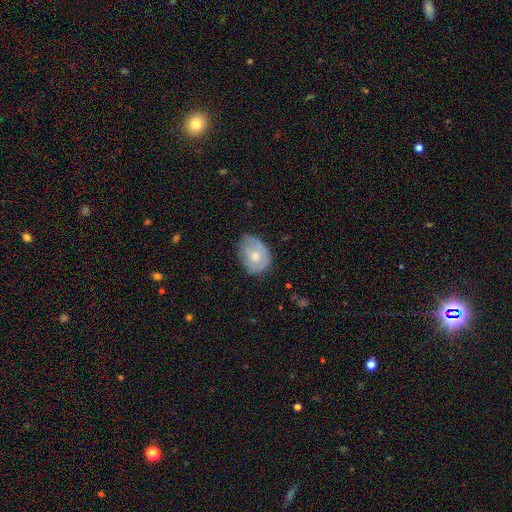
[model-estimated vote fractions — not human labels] A smooth galaxy with no disk features (60%) that is in between round and cigar-shaped (66%). Merging: none (54%).